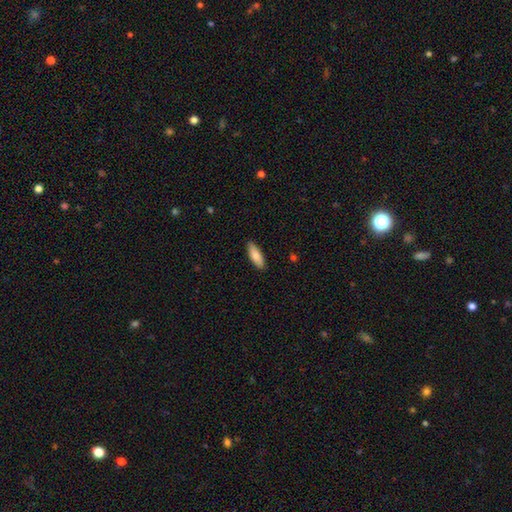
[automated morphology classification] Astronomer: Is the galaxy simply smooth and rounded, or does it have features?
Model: smooth — 82%.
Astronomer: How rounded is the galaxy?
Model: in between — 65%.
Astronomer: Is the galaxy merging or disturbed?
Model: none — 89%.